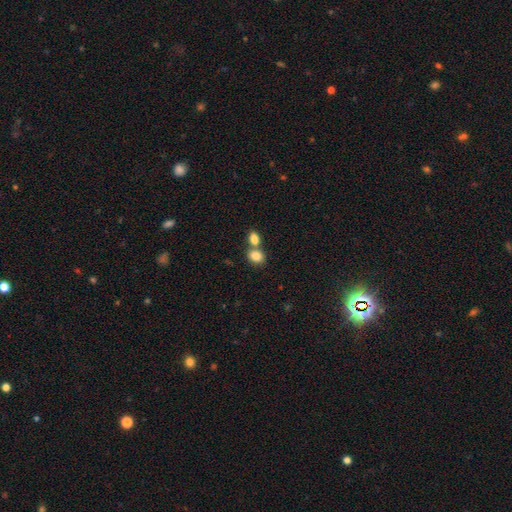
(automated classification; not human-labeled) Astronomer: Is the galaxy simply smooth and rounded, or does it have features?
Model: smooth — 84%.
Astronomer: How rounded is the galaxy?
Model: in between — 61% (runner-up: round, 38%).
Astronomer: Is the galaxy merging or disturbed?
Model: merger — 50% (runner-up: none, 39%).